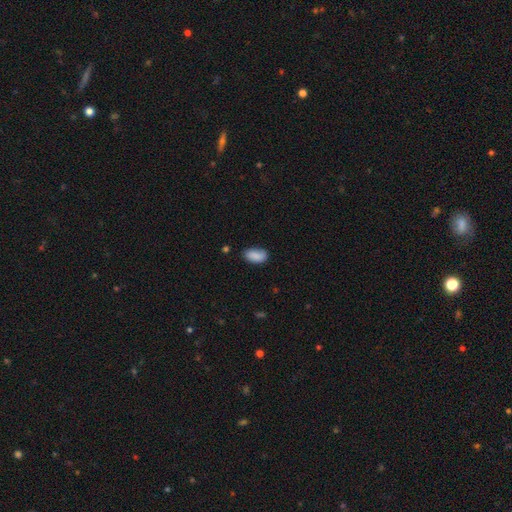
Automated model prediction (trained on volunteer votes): smooth-or-featured: smooth: 87% | star or artifact: 7% | featured or disk: 5%
  how-rounded: in between: 93% | round: 4% | cigar-shaped: 3%
  merging: none: 72% | minor disturbance: 22% | major disturbance: 4% | merger: 2%